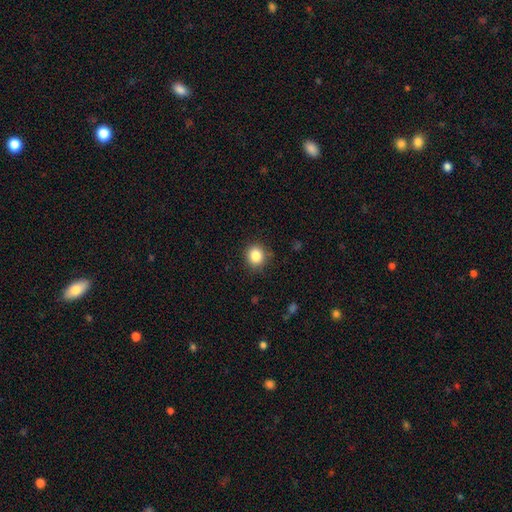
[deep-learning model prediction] smooth_or_featured: smooth (p=0.84) [alt: star or artifact p=0.11]
how_rounded: round (p=0.86) [alt: in between p=0.13]
merging: none (p=0.86) [alt: minor disturbance p=0.10]